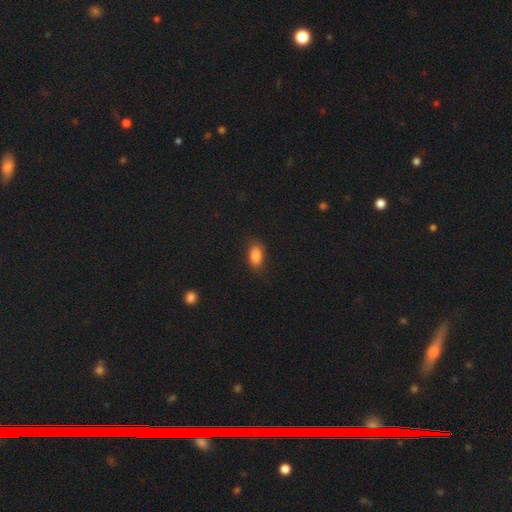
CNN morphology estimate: Overall: smooth (85%). How rounded: in between (88%). Merging: none (79%).